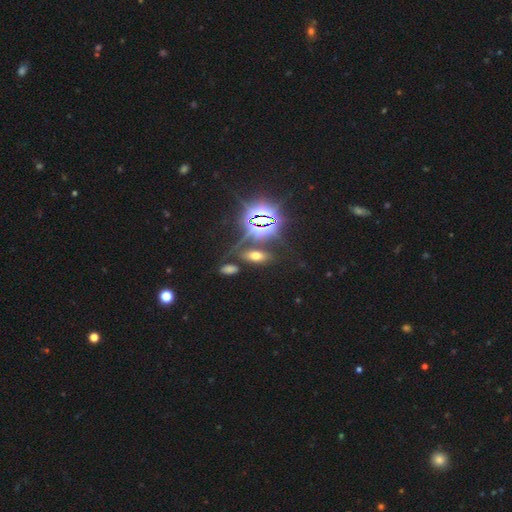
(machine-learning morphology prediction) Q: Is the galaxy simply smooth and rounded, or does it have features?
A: star or artifact — 44%.